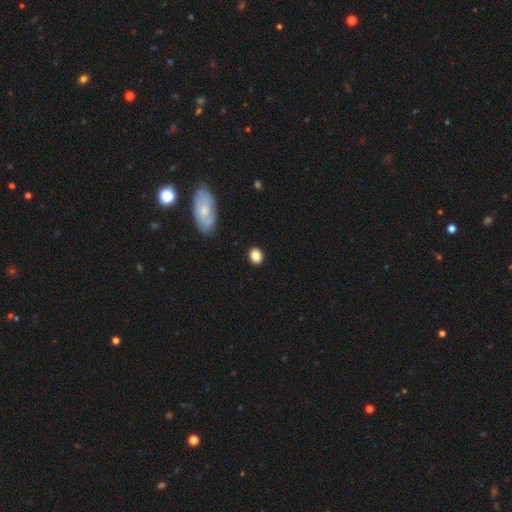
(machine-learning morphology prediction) Overall: smooth (85%). How rounded: round (58%; in between 41%). Merging: none (89%).